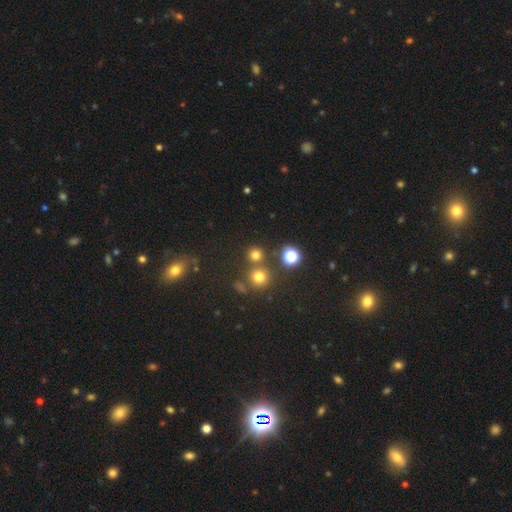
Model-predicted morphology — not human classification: This appears to be a smooth galaxy with no disk features (69%) that is round (90%). Merging: none (75%).